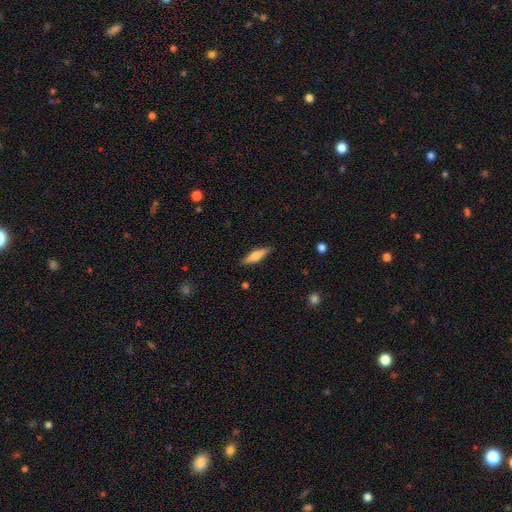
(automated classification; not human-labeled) This appears to be a featured or disk galaxy (48%). Merging: none (88%).